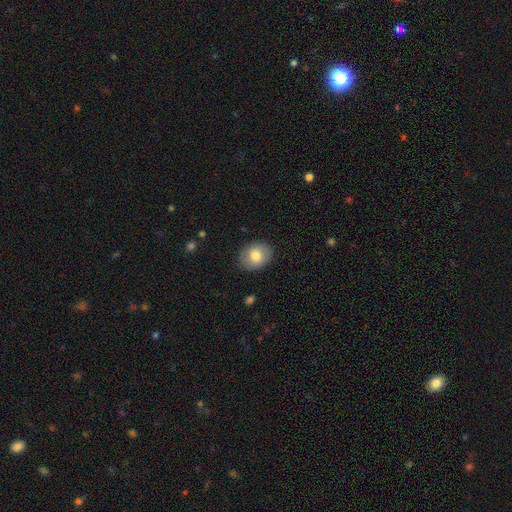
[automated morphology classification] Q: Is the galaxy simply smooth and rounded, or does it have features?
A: smooth — 77%.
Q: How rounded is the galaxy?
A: in between — 56%.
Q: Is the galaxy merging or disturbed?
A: none — 87%.